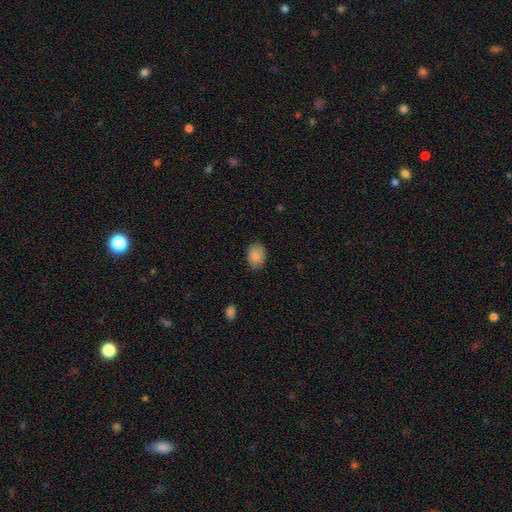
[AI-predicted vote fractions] smooth-or-featured: smooth: 88% | star or artifact: 8% | featured or disk: 4%
  how-rounded: in between: 71% | round: 28% | cigar-shaped: 1%
  merging: none: 81% | minor disturbance: 15% | major disturbance: 3% | merger: 1%